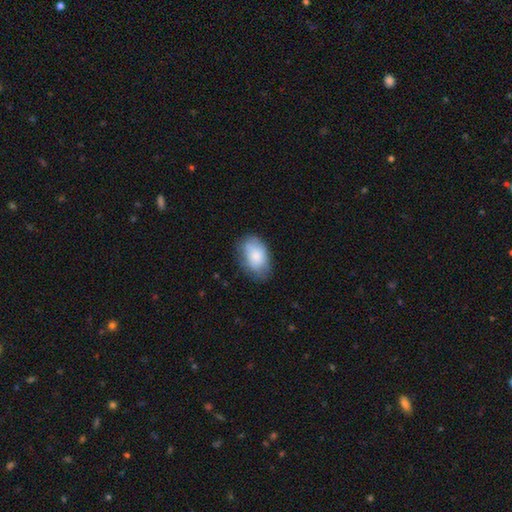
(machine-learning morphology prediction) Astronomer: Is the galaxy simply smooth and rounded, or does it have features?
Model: smooth — 80%.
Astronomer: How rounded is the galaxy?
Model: in between — 89%.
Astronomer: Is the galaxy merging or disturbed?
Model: none — 67%.